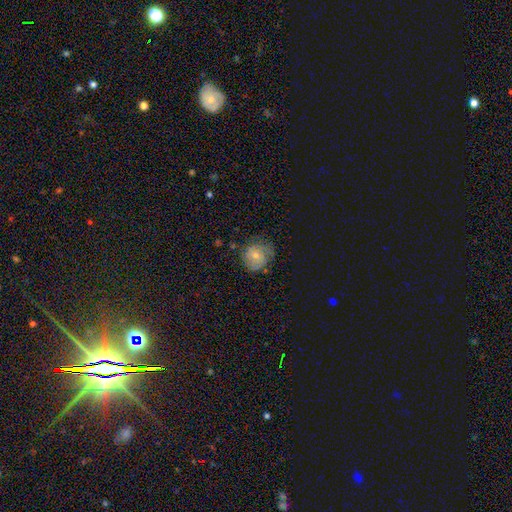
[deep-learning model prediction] A smooth galaxy with no disk features (67%) that is round (82%). Merging: none (59%).